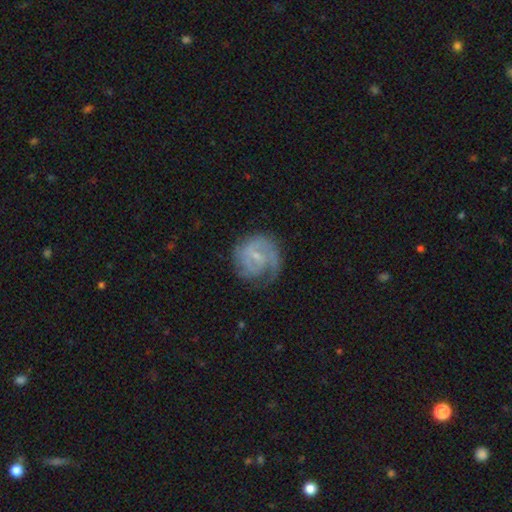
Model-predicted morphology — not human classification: type=featured or disk (79%); edge-on=no (98%); bar=weak (54%); spiral arms=yes (93%); winding=tight (50%); arm count=2 (40%); bulge=small (71%); merging=none (63%).